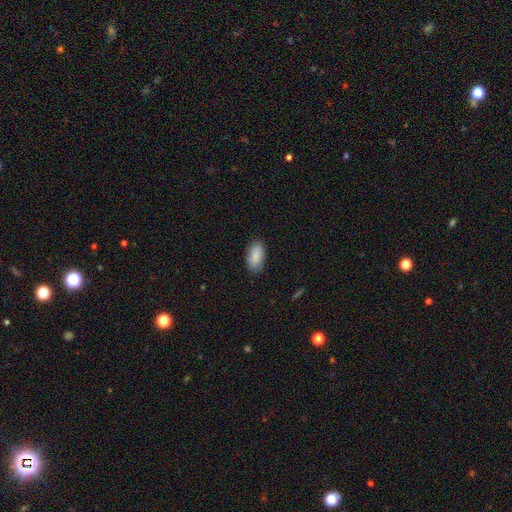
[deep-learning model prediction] smooth 88%, featured or disk 7%, star or artifact 6%. Down the decision tree: how rounded — in between (94%); merging — none (86%).